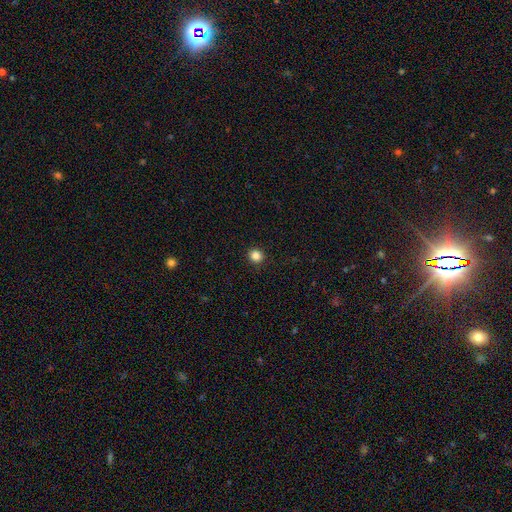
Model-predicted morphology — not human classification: This appears to be a smooth galaxy with no disk features (85%) that is round (91%). Merging: none (92%).